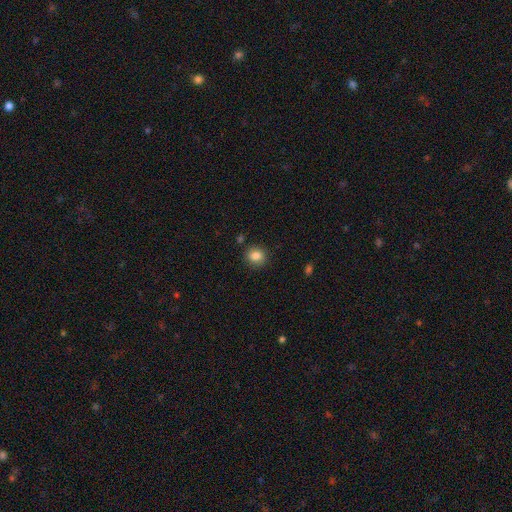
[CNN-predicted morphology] A smooth galaxy with no disk features (85%) that is round (81%).

Vote fractions:
- Smooth or featured? smooth: 85% / star or artifact: 10% / featured or disk: 5%
- How rounded? round: 81% / in between: 18% / cigar-shaped: 1%
- Merging? none: 86% / minor disturbance: 9% / major disturbance: 3% / merger: 2%